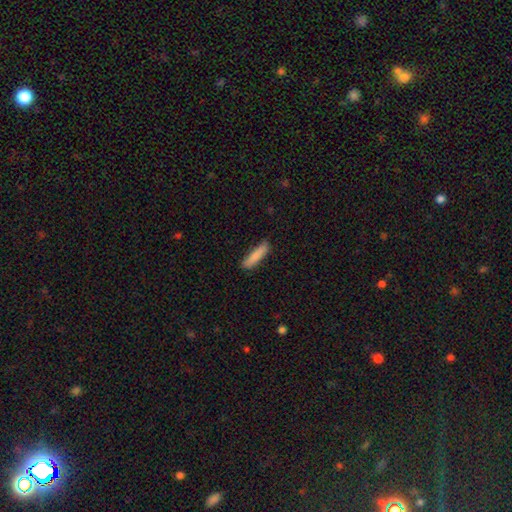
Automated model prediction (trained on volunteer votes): Morphology: type=smooth (84%); roundness=cigar-shaped (82%); merging=none (81%).